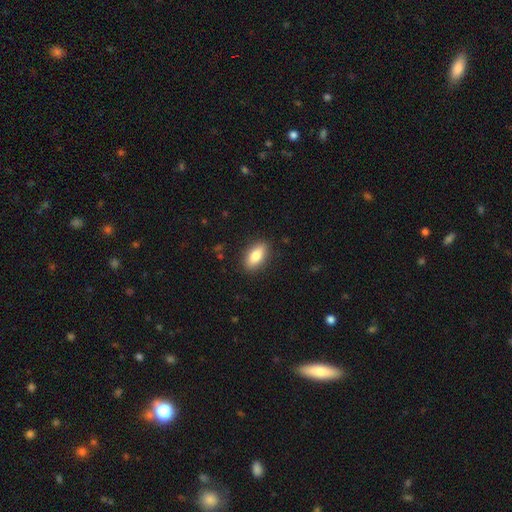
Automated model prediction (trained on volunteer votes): smooth-or-featured: smooth: 83% | featured or disk: 10% | star or artifact: 7%
  how-rounded: in between: 86% | cigar-shaped: 10% | round: 4%
  merging: none: 88% | minor disturbance: 9% | major disturbance: 2% | merger: 1%